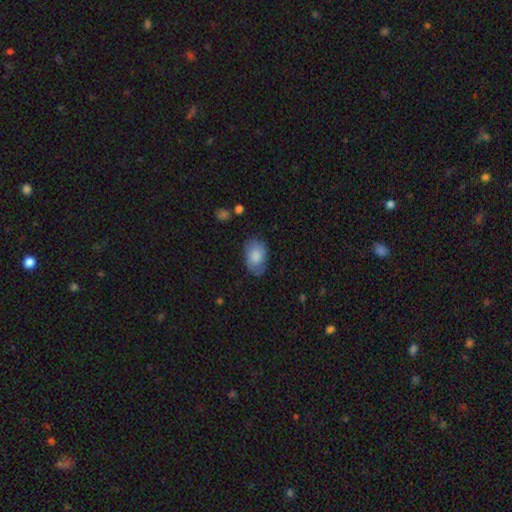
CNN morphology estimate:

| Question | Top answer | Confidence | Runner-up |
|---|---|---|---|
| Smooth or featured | smooth | 79% | featured or disk (15%) |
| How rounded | in between | 89% | round (10%) |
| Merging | none | 70% | minor disturbance (22%) |